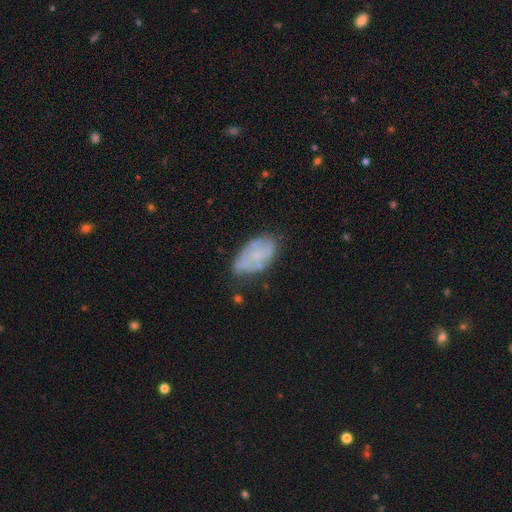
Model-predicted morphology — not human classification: This is possibly a featured or disk galaxy (50%). Merging: possibly none (56%).